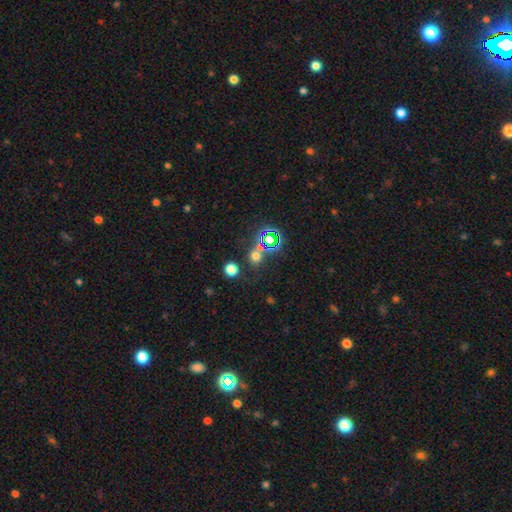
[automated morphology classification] smooth 56%, star or artifact 36%, featured or disk 8%. Down the decision tree: how rounded — round (87%); merging — none (70%).